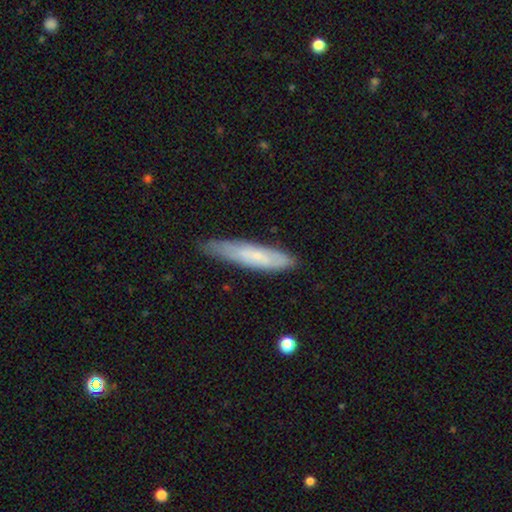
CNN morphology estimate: This appears to be a smooth galaxy with no disk features (56%) that is cigar-shaped (82%). Merging: none (70%).